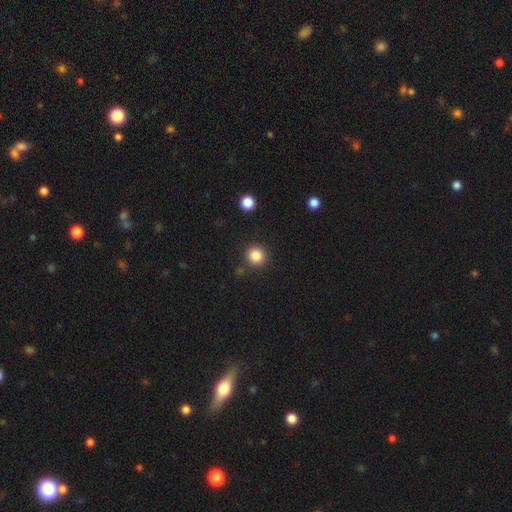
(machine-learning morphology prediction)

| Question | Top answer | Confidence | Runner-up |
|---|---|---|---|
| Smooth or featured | smooth | 86% | star or artifact (10%) |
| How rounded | round | 93% | in between (6%) |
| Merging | none | 88% | minor disturbance (7%) |